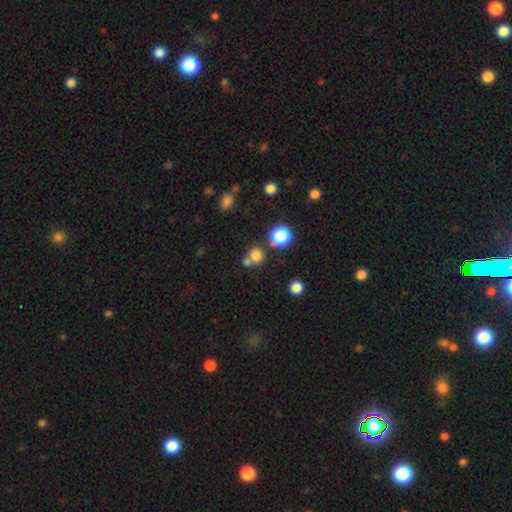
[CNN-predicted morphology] A smooth galaxy with no disk features (76%) that is round (86%).

Vote fractions:
- Smooth or featured? smooth: 76% / star or artifact: 17% / featured or disk: 8%
- How rounded? round: 86% / in between: 13% / cigar-shaped: 1%
- Merging? none: 58% / merger: 30% / minor disturbance: 8% / major disturbance: 4%